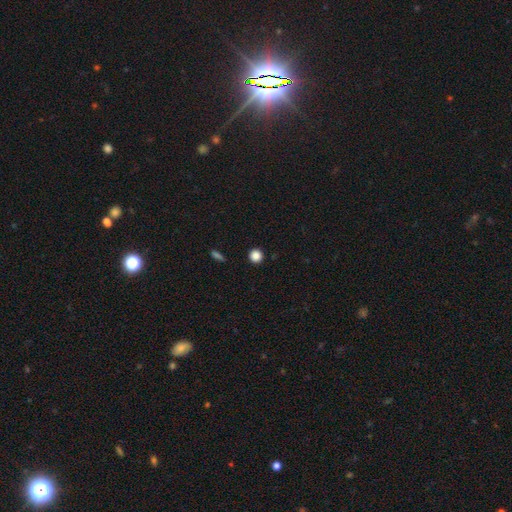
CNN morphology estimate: Smooth or featured? smooth (86%)
How rounded? round (95%)
Merging? none (92%)